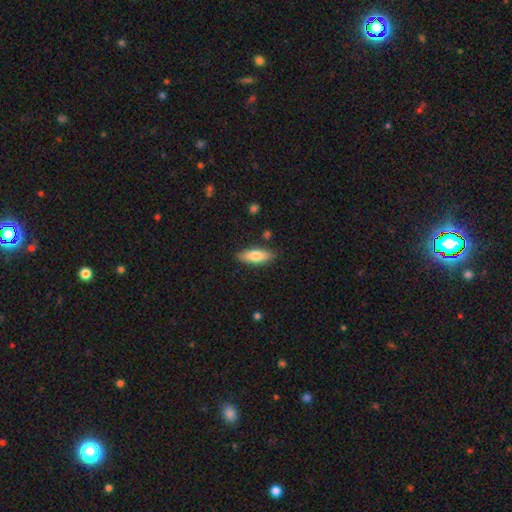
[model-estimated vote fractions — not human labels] Smooth or featured: smooth — 78% (featured or disk — 16%)
How rounded: in between — 67% (cigar-shaped — 31%)
Merging: none — 85% (minor disturbance — 11%)